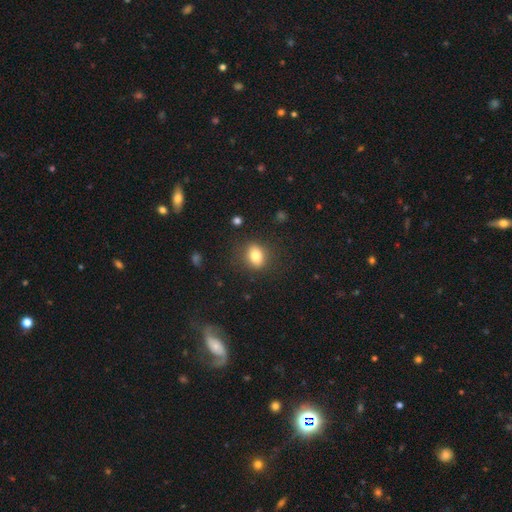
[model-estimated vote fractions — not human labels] Q: Smooth or featured?
A: smooth (81%); runner-up: featured or disk (10%)
Q: How rounded?
A: in between (62%); runner-up: round (36%)
Q: Merging?
A: none (84%); runner-up: minor disturbance (11%)